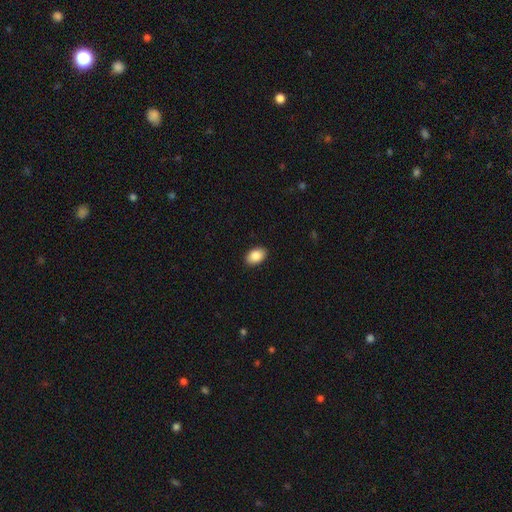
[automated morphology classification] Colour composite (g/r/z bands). It shows a smooth galaxy with no disk features (88%) that is in between round and cigar-shaped (87%). Merging: none (90%).